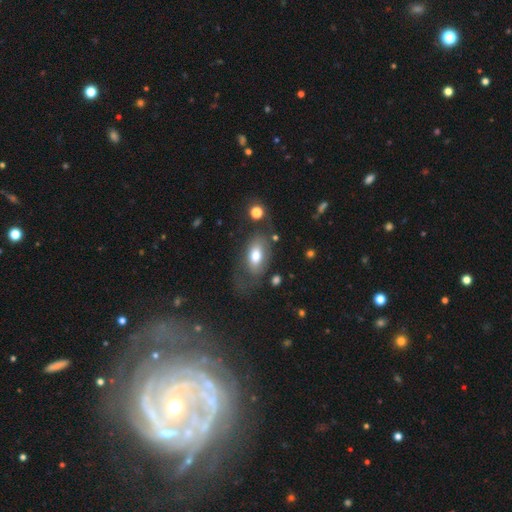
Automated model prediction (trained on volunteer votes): Overall: smooth (65%; featured or disk 27%). How rounded: in between (90%). Merging: none (52%; minor disturbance 22%).